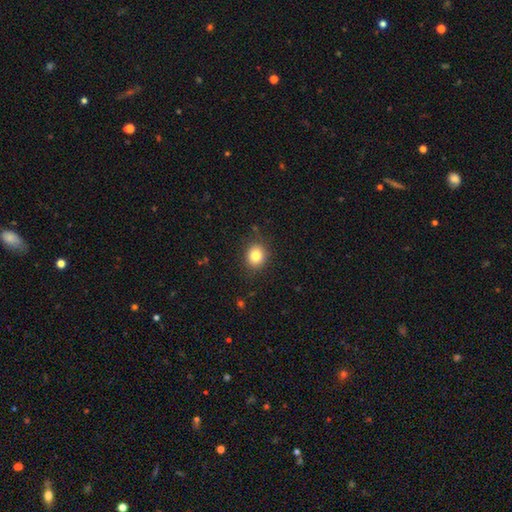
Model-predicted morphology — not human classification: type=smooth (82%); roundness=round (73%); merging=none (87%).